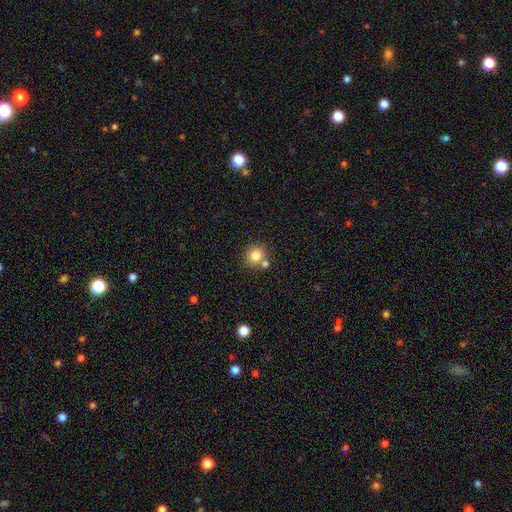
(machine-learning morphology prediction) The model was most divided on "merging": none: 66%, merger: 22%, minor disturbance: 9%, major disturbance: 3%. More confident: how rounded — round (83%); smooth or featured — smooth (81%).